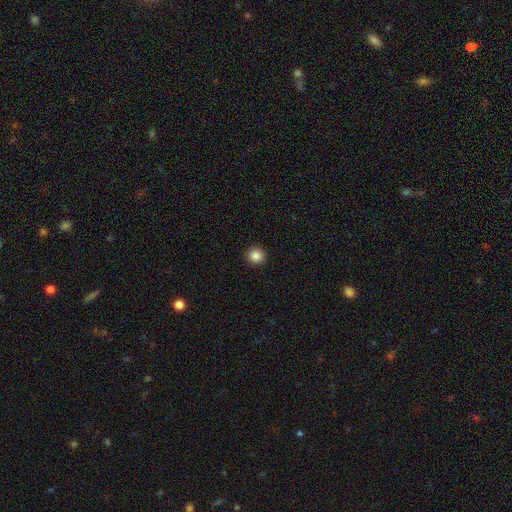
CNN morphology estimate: smooth 86%, star or artifact 10%, featured or disk 4%. Down the decision tree: how rounded — round (94%); merging — none (93%).